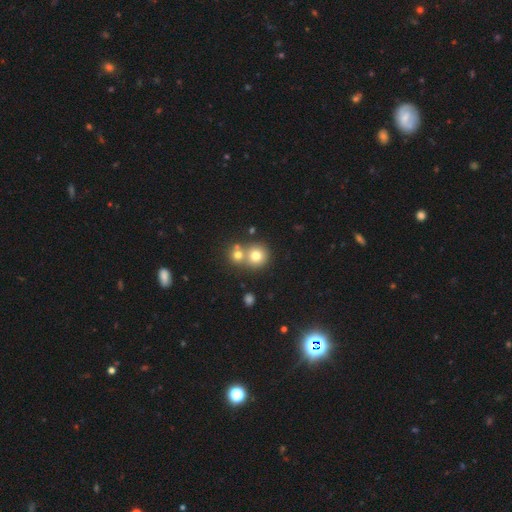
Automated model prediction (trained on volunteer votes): Smooth or featured: smooth — 74% (star or artifact — 13%)
How rounded: round — 87% (in between — 12%)
Merging: none — 47% (merger — 44%)